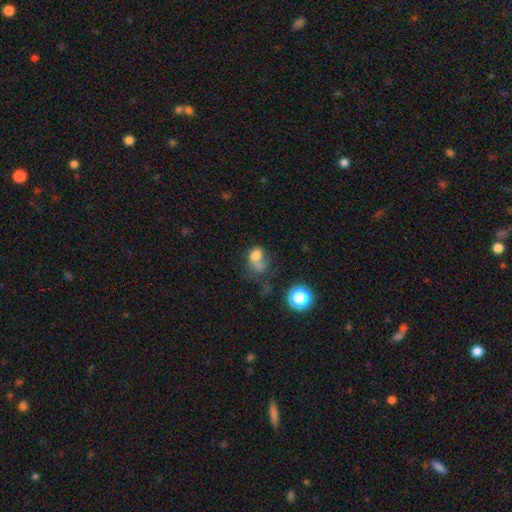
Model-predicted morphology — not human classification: Q: Smooth or featured?
A: smooth (68%); runner-up: featured or disk (18%)
Q: How rounded?
A: in between (50%); runner-up: round (49%)
Q: Merging?
A: merger (45%); runner-up: none (23%)